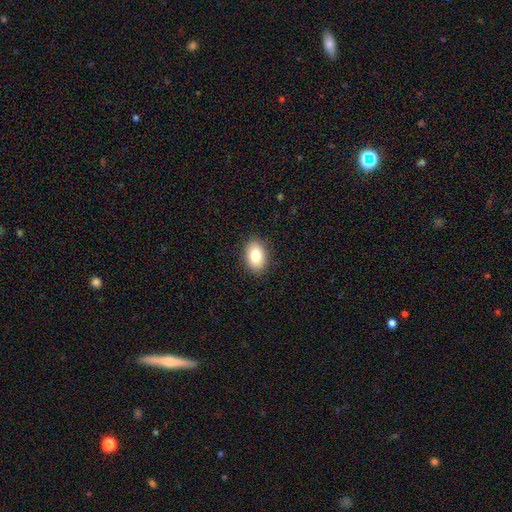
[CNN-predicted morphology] smooth 82%, featured or disk 10%, star or artifact 8%. Down the decision tree: how rounded — in between (86%); merging — none (89%).